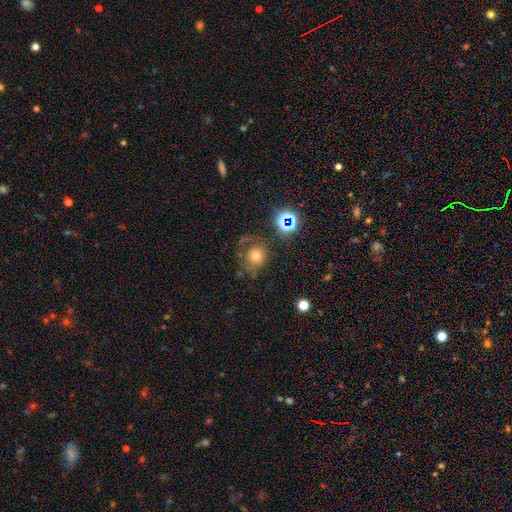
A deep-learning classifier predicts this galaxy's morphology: smooth-or-featured: smooth: 61% | star or artifact: 20% | featured or disk: 18%
  how-rounded: round: 80% | in between: 19% | cigar-shaped: 1%
  merging: none: 53% | minor disturbance: 21% | major disturbance: 19% | merger: 7%